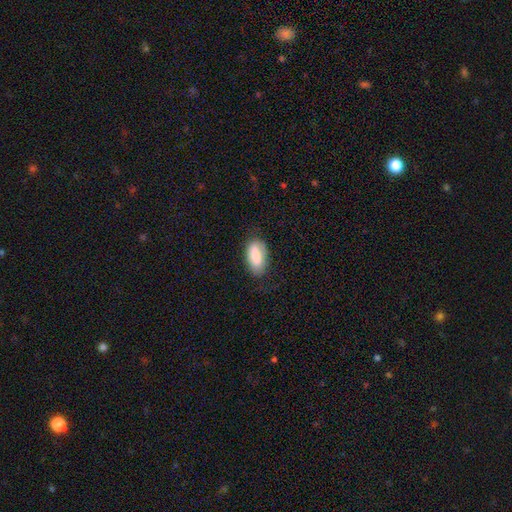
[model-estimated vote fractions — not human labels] A smooth galaxy with no disk features (81%) that is in between round and cigar-shaped (91%). Merging: none (73%).